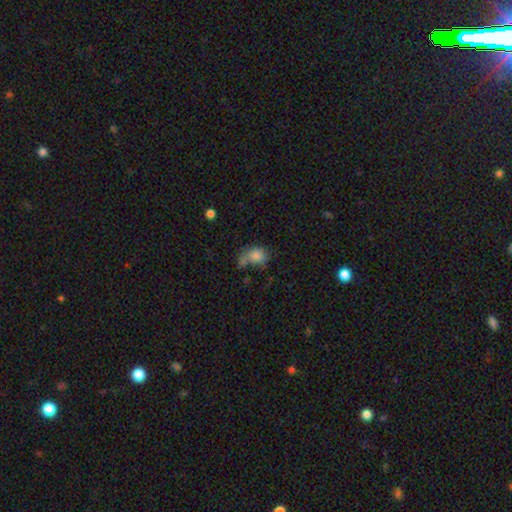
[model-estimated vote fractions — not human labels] smooth 80%, star or artifact 11%, featured or disk 9%. Down the decision tree: how rounded — in between (52%); merging — none (40%).